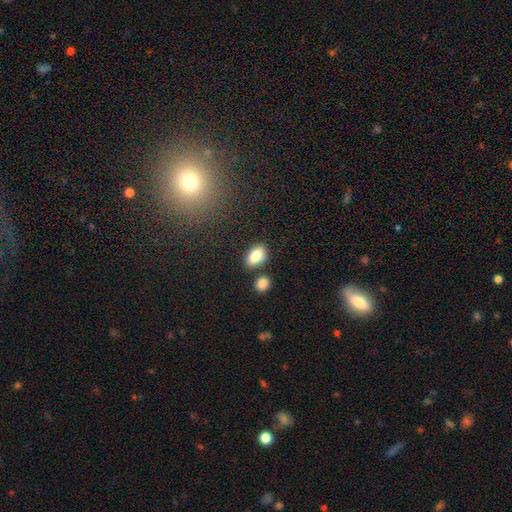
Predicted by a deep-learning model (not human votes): A smooth galaxy with no disk features (82%) that is in between round and cigar-shaped (86%). Merging: none (75%).